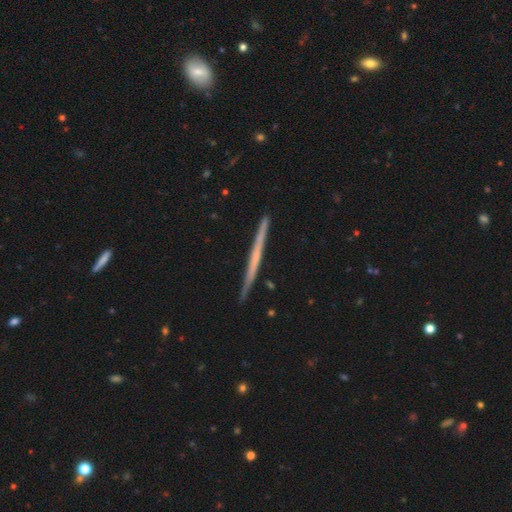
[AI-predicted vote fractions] Q: Smooth or featured?
A: featured or disk (61%); runner-up: smooth (33%)
Q: Edge-on disk?
A: yes (98%); runner-up: no (2%)
Q: Edge-on bulge?
A: none (84%); runner-up: rounded (11%)
Q: Merging?
A: none (91%); runner-up: minor disturbance (7%)